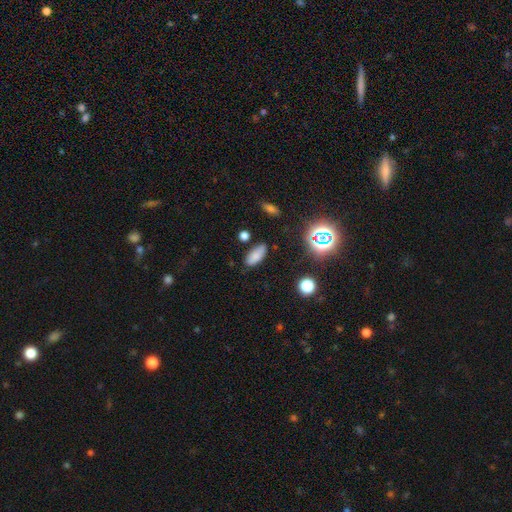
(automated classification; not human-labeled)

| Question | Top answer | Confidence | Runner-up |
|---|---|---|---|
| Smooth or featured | smooth | 78% | star or artifact (13%) |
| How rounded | in between | 86% | cigar-shaped (11%) |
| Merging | none | 80% | minor disturbance (14%) |